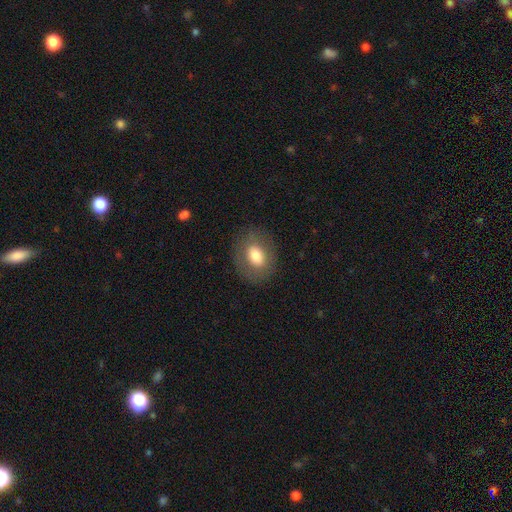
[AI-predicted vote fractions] This appears to be a smooth galaxy with no disk features (72%) that is in between round and cigar-shaped (67%). Merging: none (82%).